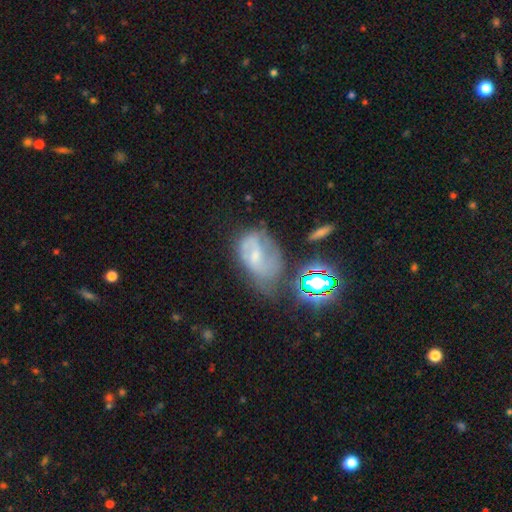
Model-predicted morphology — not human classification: This appears to be a featured or disk galaxy (61%) with a weak bar (49%), spiral arms (80%) and a small central bulge (58%). Merging: none (36%).